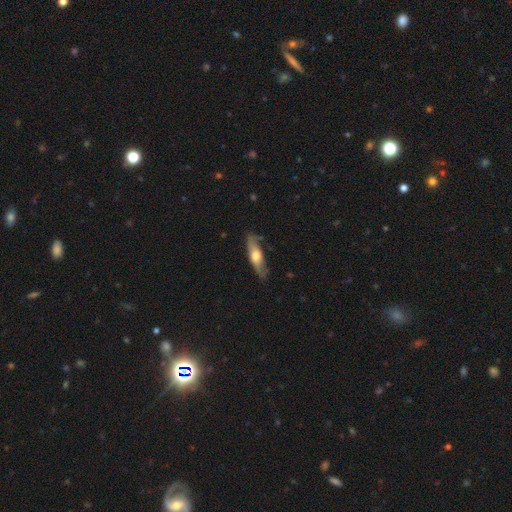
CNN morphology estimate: Smooth or featured? Predicted: featured or disk (p=0.51). Edge-on disk? Predicted: yes (p=0.70). Merging? Predicted: none (p=0.73).